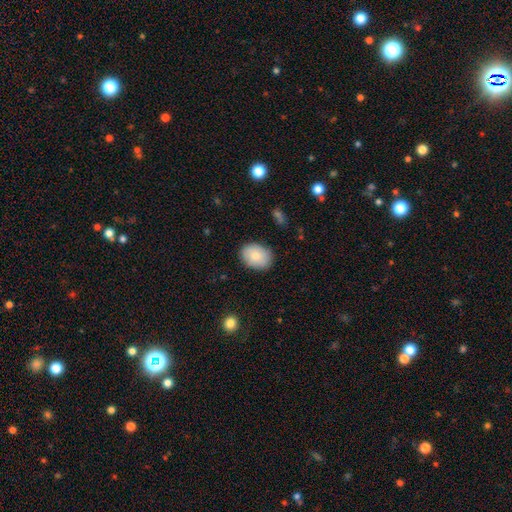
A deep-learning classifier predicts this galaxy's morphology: Q: Smooth or featured?
A: smooth (82%); runner-up: featured or disk (12%)
Q: How rounded?
A: in between (68%); runner-up: round (31%)
Q: Merging?
A: none (85%); runner-up: minor disturbance (12%)